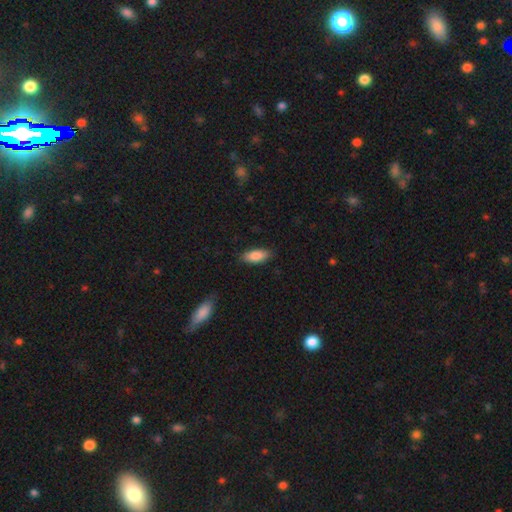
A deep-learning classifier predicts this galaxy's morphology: Smooth or featured? smooth (86%)
How rounded? in between (83%)
Merging? none (84%)